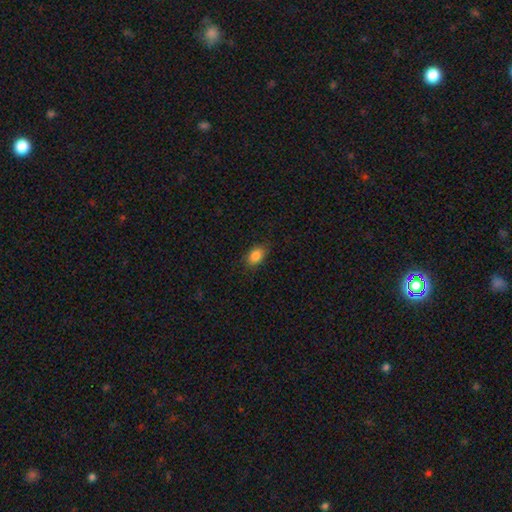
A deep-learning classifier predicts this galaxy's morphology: Smooth or featured?
  - smooth: 87% *
  - star or artifact: 9%
  - featured or disk: 5%
How rounded?
  - in between: 80% *
  - round: 19%
  - cigar-shaped: 2%
Merging?
  - none: 84% *
  - minor disturbance: 12%
  - major disturbance: 3%
  - merger: 1%